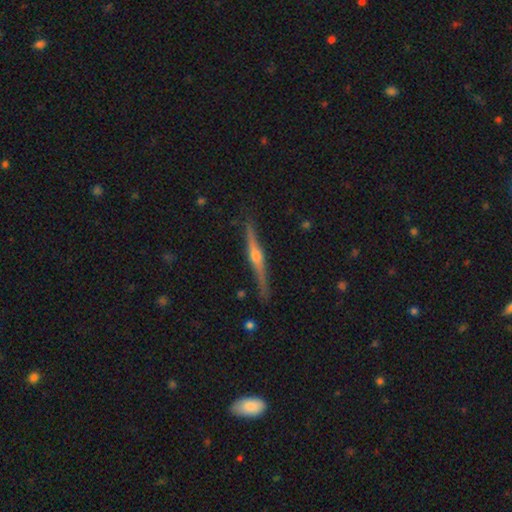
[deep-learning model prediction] A featured or disk galaxy (79%) viewed edge-on (98%) with a rounded central bulge (90%). Merging: none (86%).